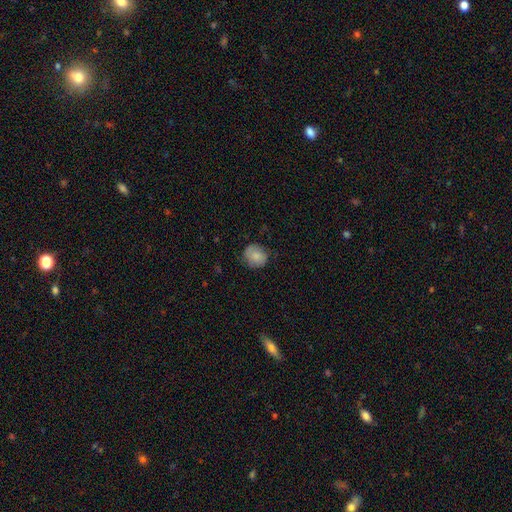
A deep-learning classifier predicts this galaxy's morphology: This is clearly a smooth galaxy (80%). How rounded: likely round (78%). Merging: likely none (73%).